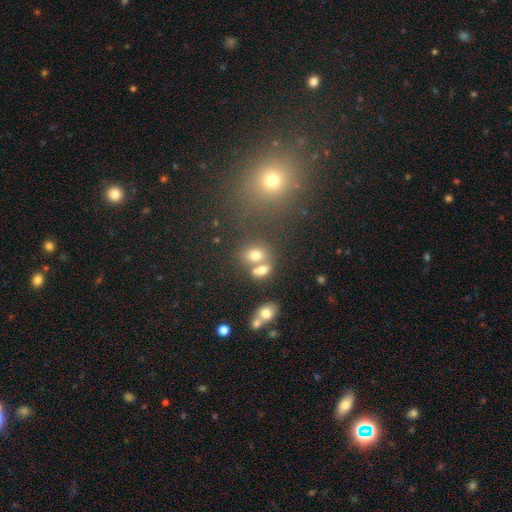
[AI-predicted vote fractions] A smooth galaxy with no disk features (69%) that is in between round and cigar-shaped (53%).

Vote fractions:
- Smooth or featured? smooth: 69% / star or artifact: 17% / featured or disk: 14%
- How rounded? in between: 53% / round: 46% / cigar-shaped: 2%
- Merging? none: 45% / merger: 39% / minor disturbance: 10% / major disturbance: 5%